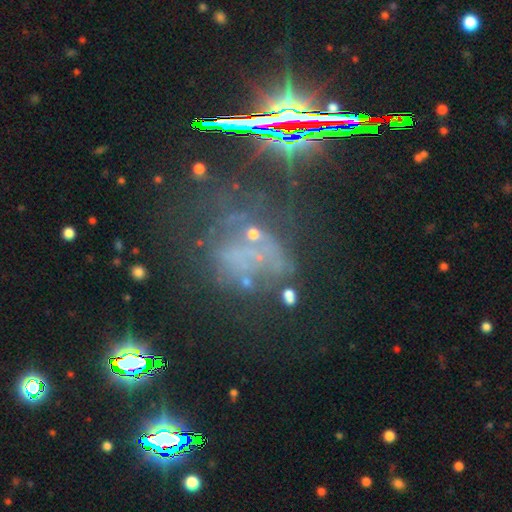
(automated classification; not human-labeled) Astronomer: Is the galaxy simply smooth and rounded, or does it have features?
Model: star or artifact — 53% (runner-up: featured or disk, 30%).